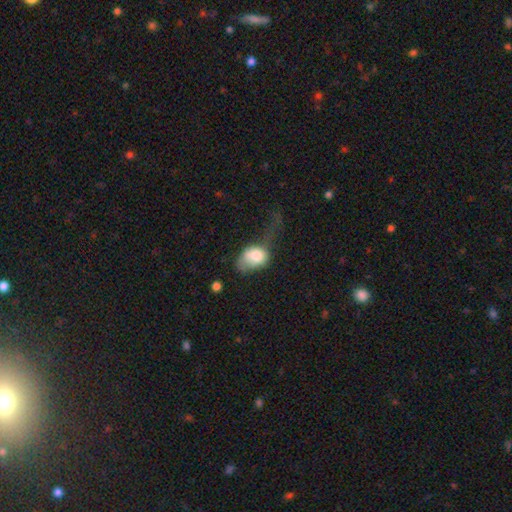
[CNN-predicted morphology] smooth-or-featured: smooth: 76% | featured or disk: 16% | star or artifact: 8%
  how-rounded: in between: 70% | round: 29% | cigar-shaped: 1%
  merging: major disturbance: 50% | minor disturbance: 27% | none: 16% | merger: 6%